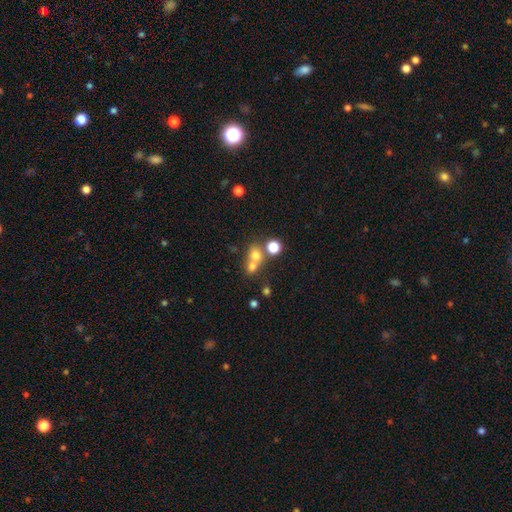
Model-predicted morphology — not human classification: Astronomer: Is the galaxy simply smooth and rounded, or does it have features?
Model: smooth — 69%.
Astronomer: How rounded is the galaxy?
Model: round — 75%.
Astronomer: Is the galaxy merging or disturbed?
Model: merger — 51% (runner-up: none, 38%).